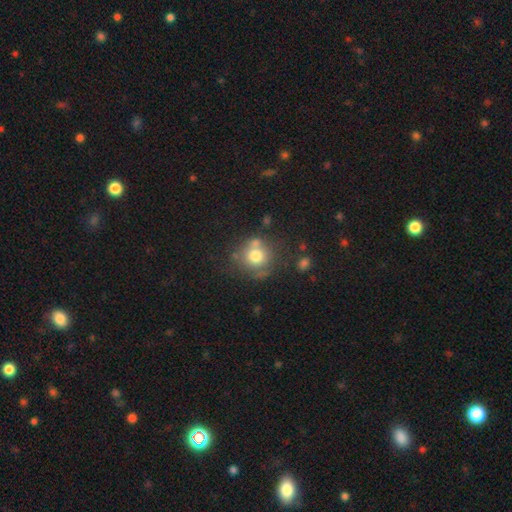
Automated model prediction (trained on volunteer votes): smooth_or_featured: smooth (p=0.73) [alt: featured or disk p=0.15]
how_rounded: round (p=0.89) [alt: in between p=0.10]
merging: none (p=0.63) [alt: minor disturbance p=0.16]